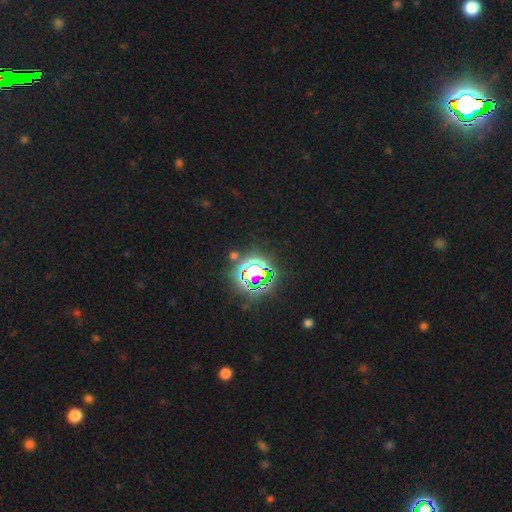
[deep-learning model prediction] Q: Smooth or featured?
A: star or artifact (79%); runner-up: smooth (13%)